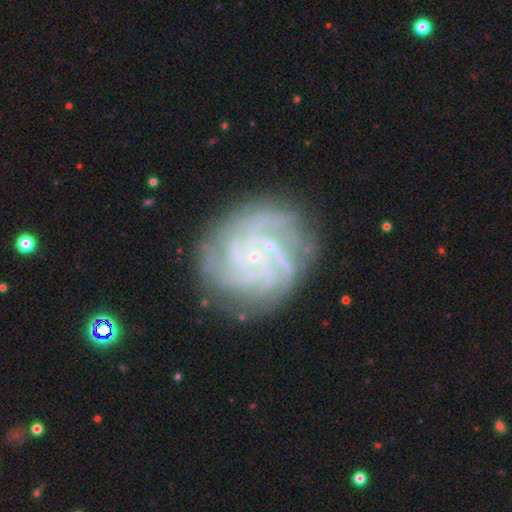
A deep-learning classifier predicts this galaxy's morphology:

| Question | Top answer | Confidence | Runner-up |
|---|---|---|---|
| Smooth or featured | featured or disk | 85% | star or artifact (8%) |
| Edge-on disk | no | 98% | yes (2%) |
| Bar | no | 73% | weak (21%) |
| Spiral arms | yes | 97% | no (3%) |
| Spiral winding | tight | 70% | medium (25%) |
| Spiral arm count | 4 | 32% | can't tell (20%) |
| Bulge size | small | 86% | moderate (6%) |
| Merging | none | 76% | minor disturbance (15%) |